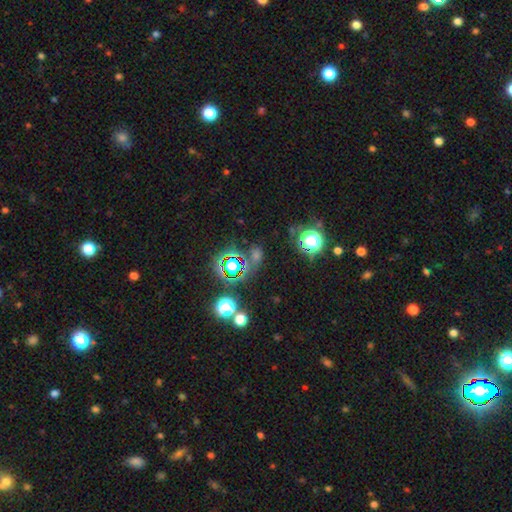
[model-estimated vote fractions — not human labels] Smooth or featured?
  - star or artifact: 61% *
  - smooth: 28%
  - featured or disk: 11%